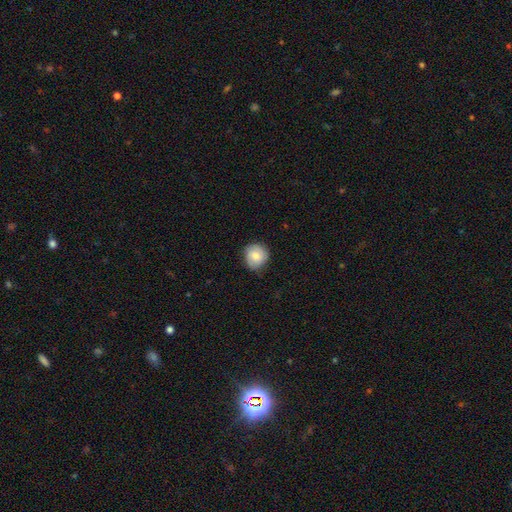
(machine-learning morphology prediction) smooth-or-featured: smooth: 78% | featured or disk: 15% | star or artifact: 7%
  how-rounded: round: 89% | in between: 10% | cigar-shaped: 1%
  merging: none: 79% | minor disturbance: 18% | major disturbance: 3% | merger: 1%